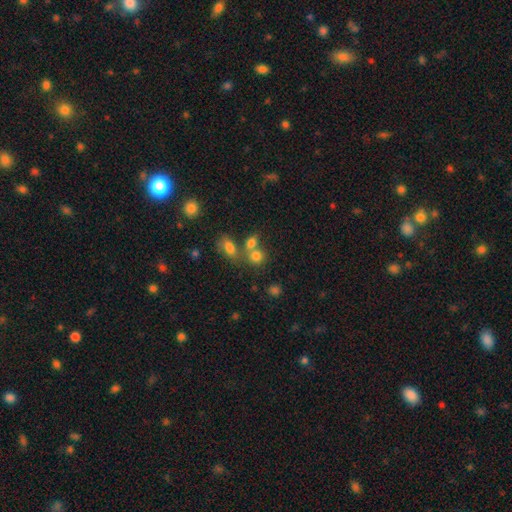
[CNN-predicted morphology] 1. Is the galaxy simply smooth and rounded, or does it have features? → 77% smooth, 14% star or artifact, 10% featured or disk.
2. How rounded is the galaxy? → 69% round, 30% in between, 2% cigar-shaped.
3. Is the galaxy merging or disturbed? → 46% none, 40% merger, 9% minor disturbance, 5% major disturbance.